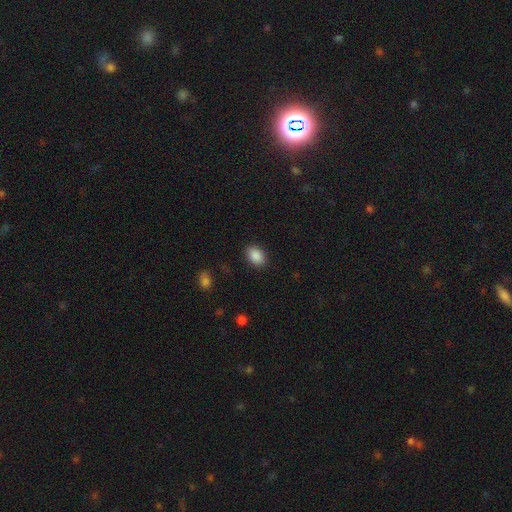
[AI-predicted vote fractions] smooth 88%, star or artifact 8%, featured or disk 4%. Down the decision tree: how rounded — in between (79%); merging — none (88%).